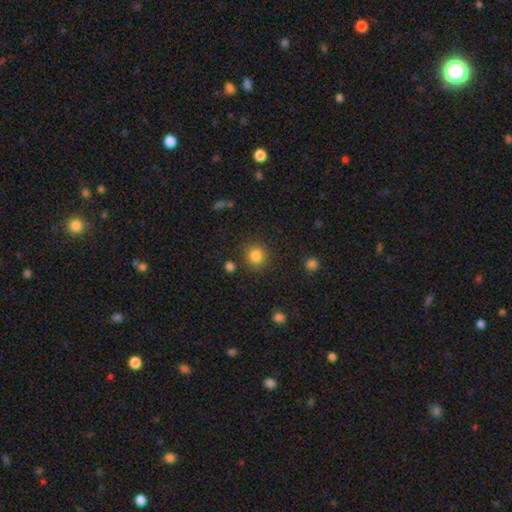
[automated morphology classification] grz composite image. It shows a smooth galaxy with no disk features (83%) that is round (91%). Merging: none (84%).